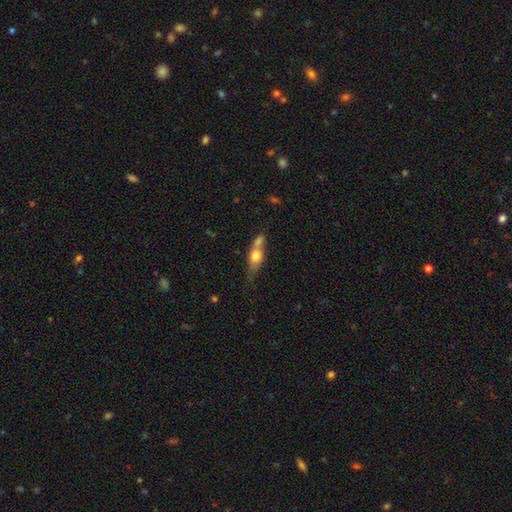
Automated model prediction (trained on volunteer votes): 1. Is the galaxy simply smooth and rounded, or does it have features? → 61% smooth, 31% featured or disk, 8% star or artifact.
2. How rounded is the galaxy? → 56% in between, 29% cigar-shaped, 15% round.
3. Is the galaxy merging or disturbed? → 46% merger, 32% none, 15% minor disturbance, 7% major disturbance.